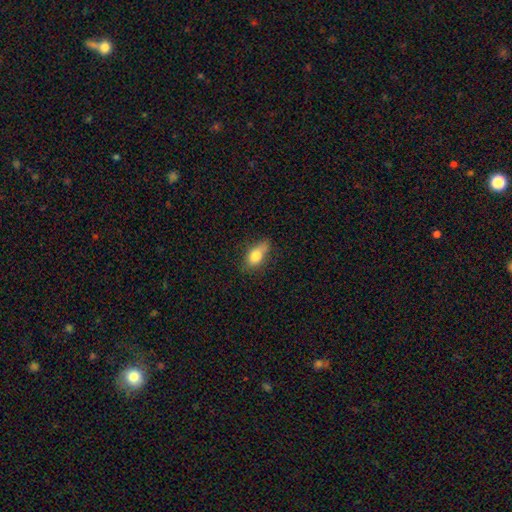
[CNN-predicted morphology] Smooth or featured: smooth — 80% (featured or disk — 12%)
How rounded: in between — 82% (round — 9%)
Merging: none — 57% (minor disturbance — 30%)